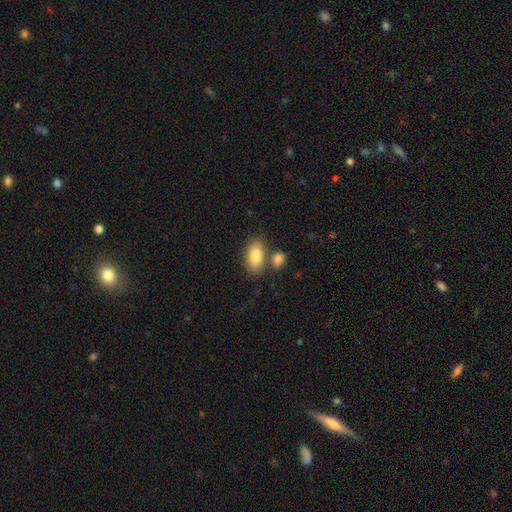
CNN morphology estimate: smooth 84%, featured or disk 10%, star or artifact 6%. Down the decision tree: how rounded — in between (90%); merging — none (66%).